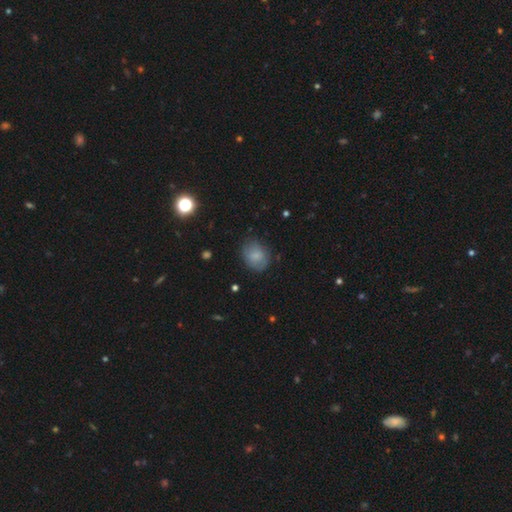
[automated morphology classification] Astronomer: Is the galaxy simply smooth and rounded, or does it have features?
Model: smooth — 77%.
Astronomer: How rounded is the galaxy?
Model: in between — 51% (runner-up: round, 48%).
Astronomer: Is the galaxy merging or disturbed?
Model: none — 72%.